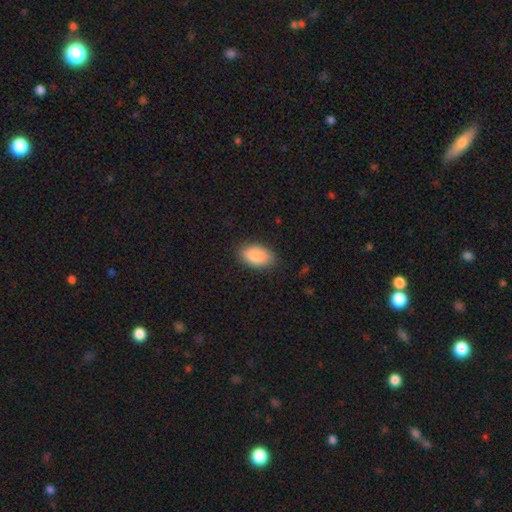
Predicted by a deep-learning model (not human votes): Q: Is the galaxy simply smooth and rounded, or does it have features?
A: smooth — 88%.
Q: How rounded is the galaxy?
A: in between — 93%.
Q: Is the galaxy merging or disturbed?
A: none — 83%.